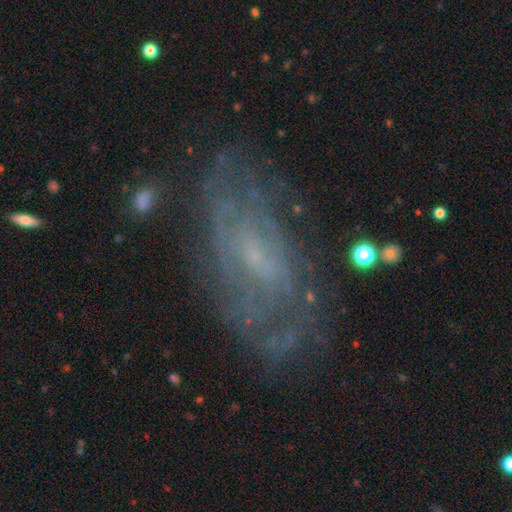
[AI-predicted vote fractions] This appears to be a featured or disk galaxy (75%) with no bar (53%), tight (51%) spiral arms (74%) and a small central bulge (71%). Merging: none (65%).